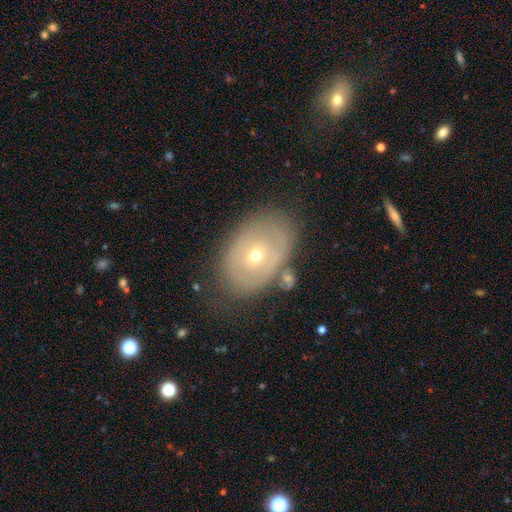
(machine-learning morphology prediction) A featured or disk galaxy (56%) with no bar (81%), no spiral arms (69%) and a moderate central bulge (53%).

Vote fractions:
- Smooth or featured? featured or disk: 56% / smooth: 36% / star or artifact: 8%
- Edge-on disk? no: 92% / yes: 8%
- Bar? no: 81% / weak: 15% / strong: 4%
- Spiral arms? no: 69% / yes: 31%
- Bulge size? moderate: 53% / small: 44% / large: 2% / dominant: 1% / none: 1%
- Merging? none: 72% / minor disturbance: 18% / major disturbance: 6% / merger: 4%